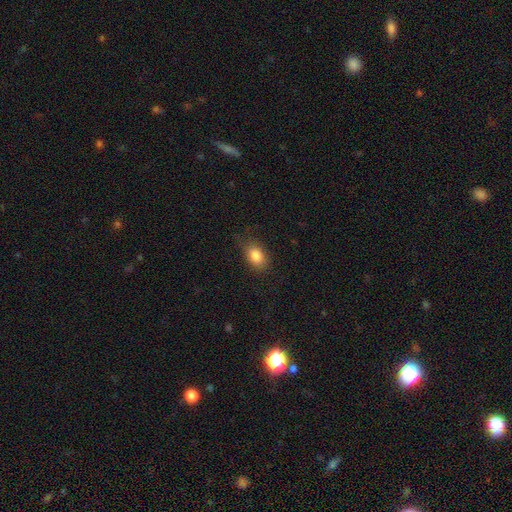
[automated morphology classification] This appears to be a smooth galaxy with no disk features (84%) that is in between round and cigar-shaped (81%). Merging: none (75%).